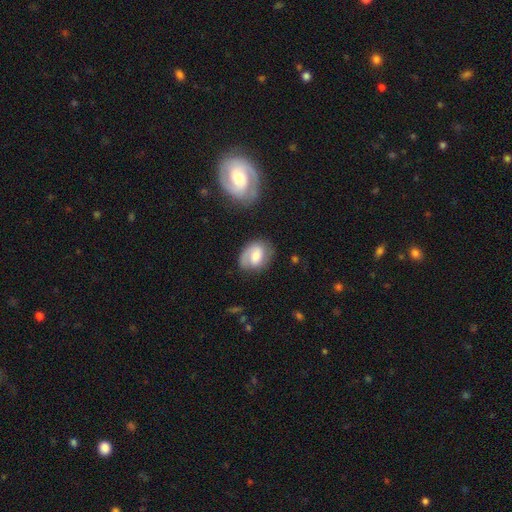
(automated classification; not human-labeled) This appears to be a featured or disk galaxy (55%) with a weak bar (46%), spiral arms (86%) and a moderate central bulge (58%). Merging: none (68%).